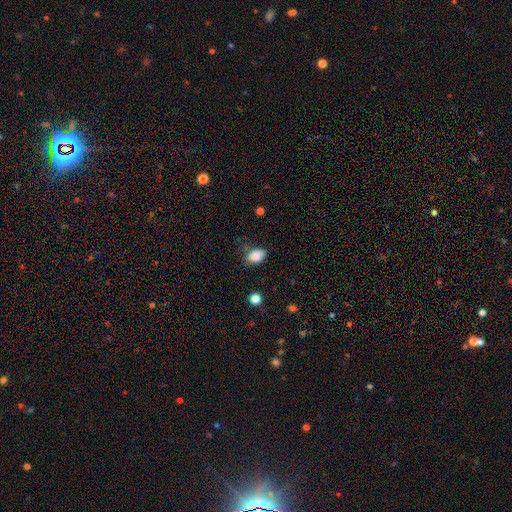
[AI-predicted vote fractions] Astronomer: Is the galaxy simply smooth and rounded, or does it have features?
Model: smooth — 85%.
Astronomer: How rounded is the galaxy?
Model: in between — 77%.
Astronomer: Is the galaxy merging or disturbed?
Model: none — 51% (runner-up: minor disturbance, 35%).